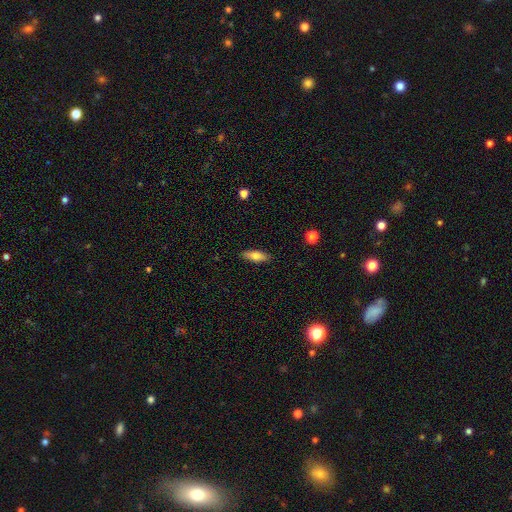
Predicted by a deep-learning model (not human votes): smooth 72%, featured or disk 21%, star or artifact 7%. Down the decision tree: how rounded — in between (60%); merging — none (89%).